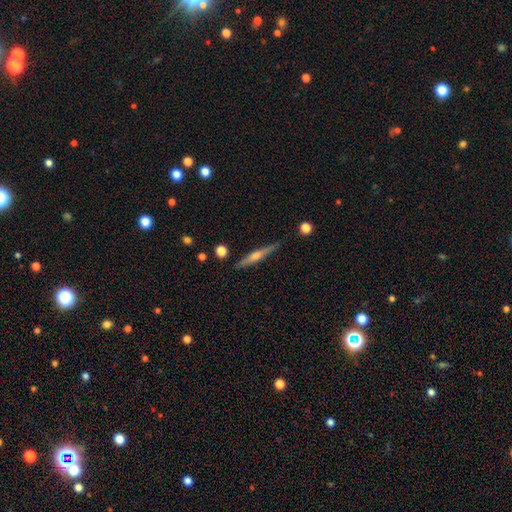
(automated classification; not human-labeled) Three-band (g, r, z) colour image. It shows a featured or disk galaxy (63%) viewed edge-on (97%) with a rounded central bulge (82%). Merging: none (88%).